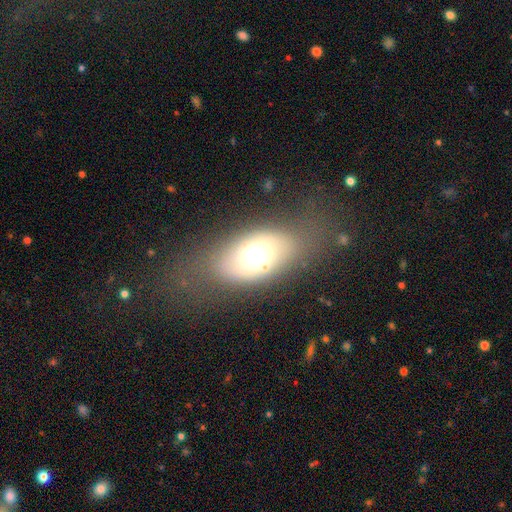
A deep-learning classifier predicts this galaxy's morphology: This is possibly a smooth galaxy (60%). How rounded: clearly in between (83%). Merging: likely none (65%).